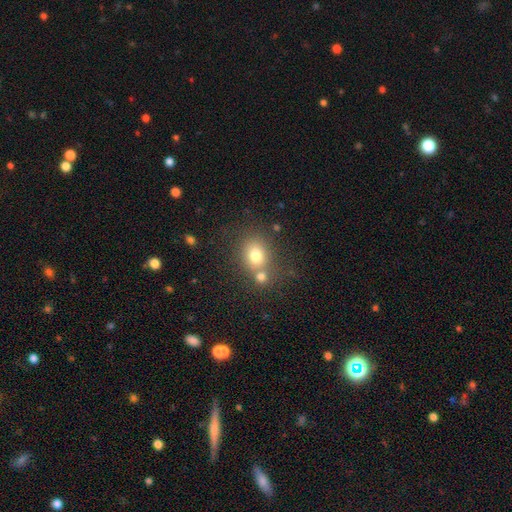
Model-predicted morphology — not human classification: This is likely a smooth galaxy (75%). How rounded: possibly round (59%). Merging: possibly none (52%).